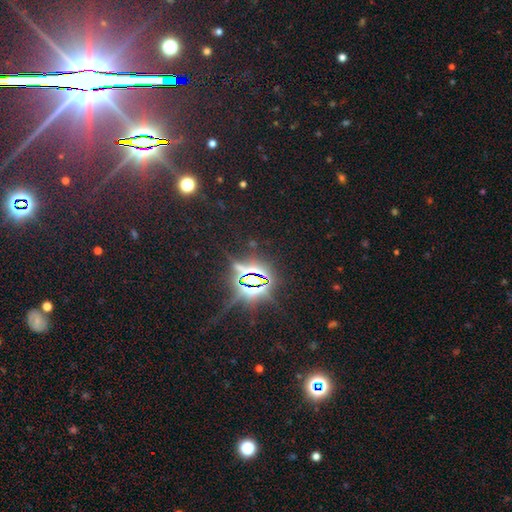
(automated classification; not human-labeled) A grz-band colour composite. It shows a star or artifact, not a galaxy (84%).